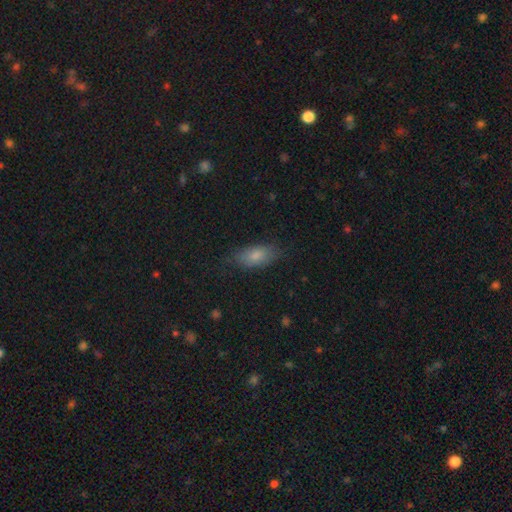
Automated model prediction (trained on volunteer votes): Overall: smooth (80%). How rounded: in between (85%). Merging: none (75%).